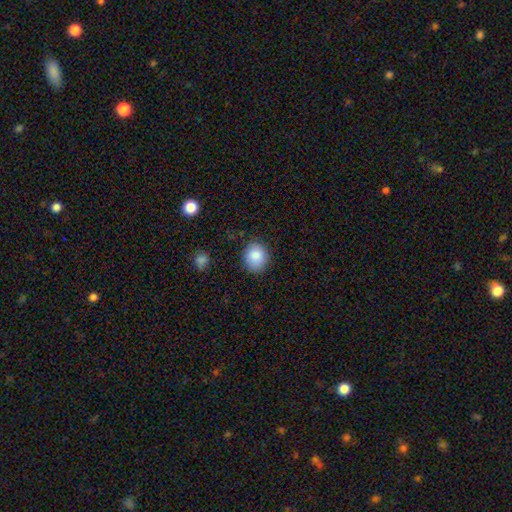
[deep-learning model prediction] Smooth or featured: smooth — 87% (star or artifact — 8%)
How rounded: round — 62% (in between — 37%)
Merging: none — 83% (minor disturbance — 13%)